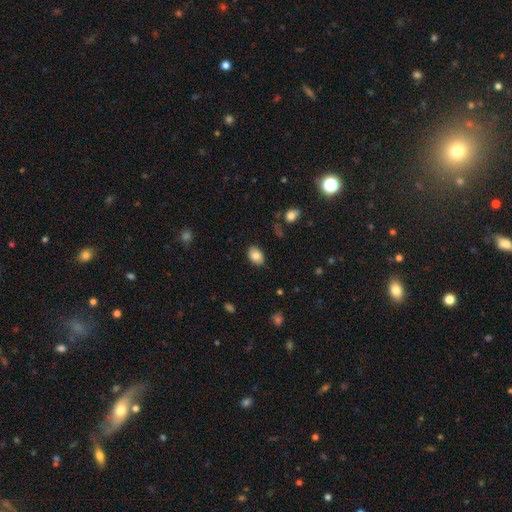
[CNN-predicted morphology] A smooth galaxy with no disk features (84%) that is in between round and cigar-shaped (81%). Merging: none (84%).